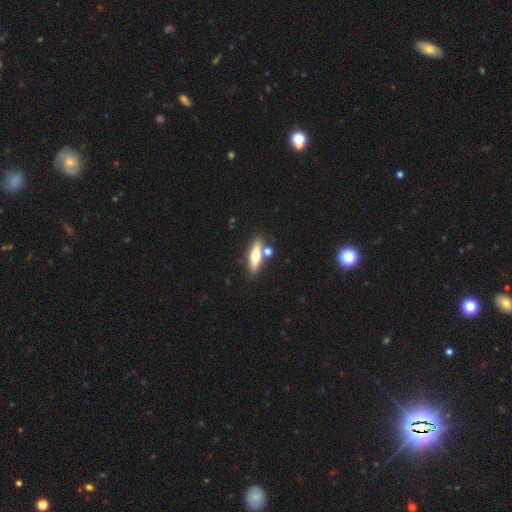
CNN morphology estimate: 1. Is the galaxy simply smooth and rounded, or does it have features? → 50% smooth, 43% featured or disk, 7% star or artifact.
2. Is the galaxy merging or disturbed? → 70% none, 16% merger, 11% minor disturbance, 3% major disturbance.